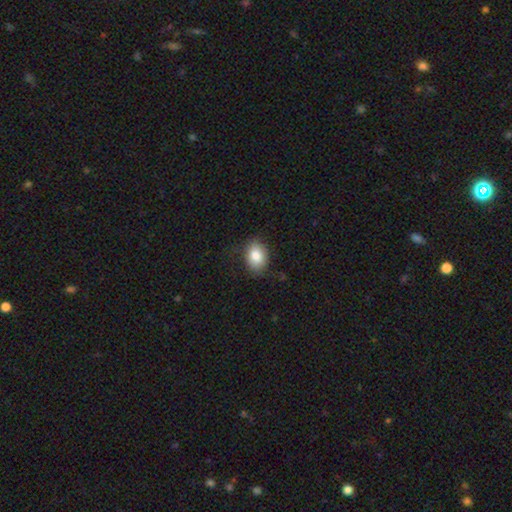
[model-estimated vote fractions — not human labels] Smooth or featured? Predicted: smooth (p=0.83). How rounded? Predicted: in between (p=0.72). Merging? Predicted: none (p=0.74).